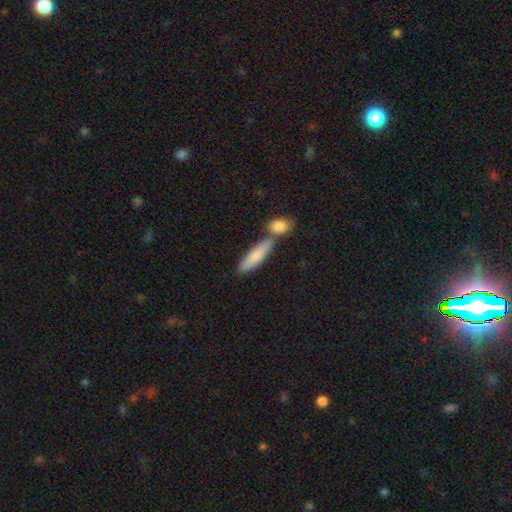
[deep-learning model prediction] A smooth galaxy with no disk features (77%) that is cigar-shaped (66%). Merging: none (60%).